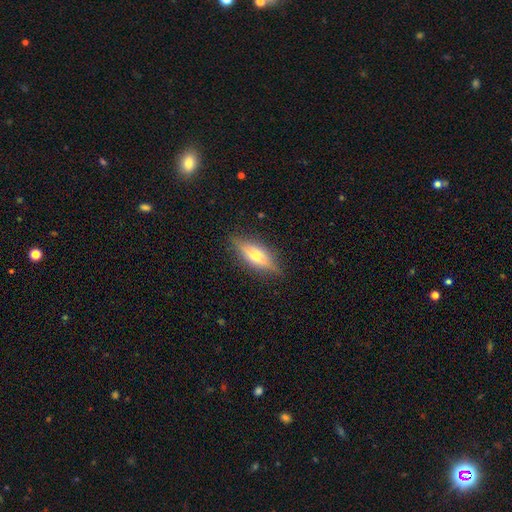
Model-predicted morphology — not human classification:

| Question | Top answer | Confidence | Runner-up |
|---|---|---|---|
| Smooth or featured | featured or disk | 48% | smooth (45%) |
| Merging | none | 85% | minor disturbance (11%) |